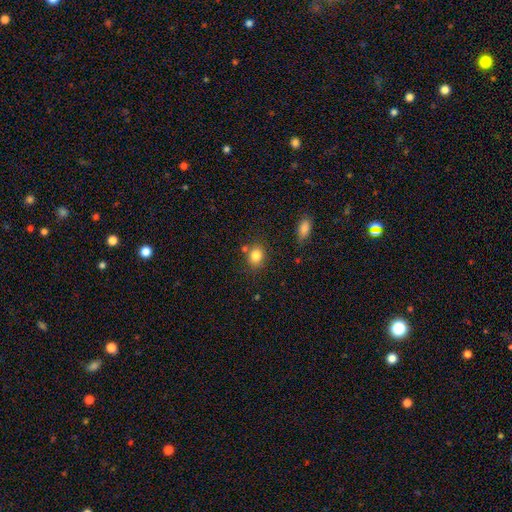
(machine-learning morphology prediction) This is clearly a smooth galaxy (83%). How rounded: possibly round (58%). Merging: likely none (73%).